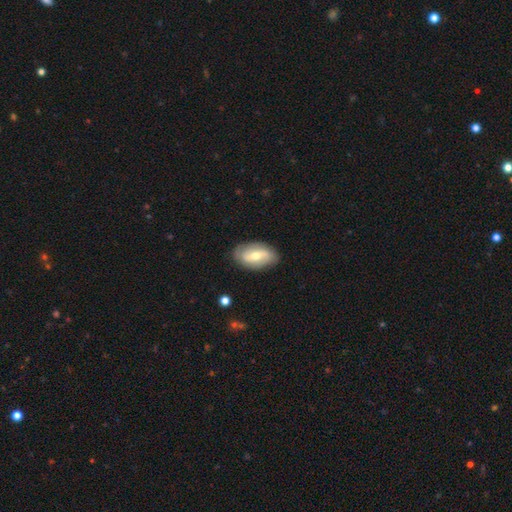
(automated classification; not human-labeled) A featured or disk galaxy (56%) with a weak bar (43%), spiral arms (69%) and a moderate central bulge (64%).

Vote fractions:
- Smooth or featured? featured or disk: 56% / smooth: 38% / star or artifact: 6%
- Edge-on disk? no: 92% / yes: 8%
- Bar? weak: 43% / no: 29% / strong: 27%
- Spiral arms? yes: 69% / no: 31%
- Bulge size? moderate: 64% / small: 29% / large: 4% / none: 1% / dominant: 1%
- Merging? none: 82% / minor disturbance: 13% / major disturbance: 3% / merger: 1%